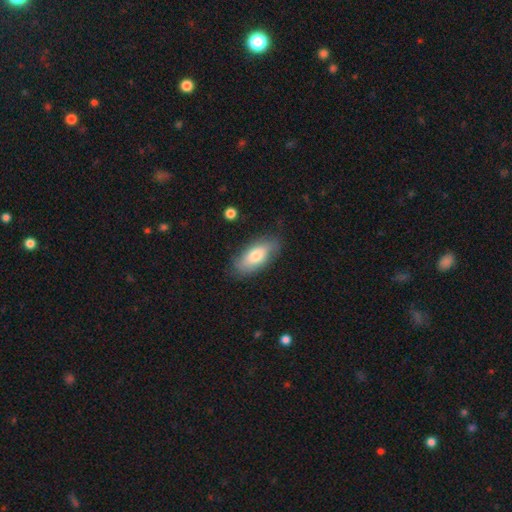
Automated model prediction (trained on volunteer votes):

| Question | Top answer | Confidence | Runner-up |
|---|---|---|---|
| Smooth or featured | smooth | 70% | featured or disk (24%) |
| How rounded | in between | 85% | cigar-shaped (13%) |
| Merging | none | 77% | minor disturbance (18%) |